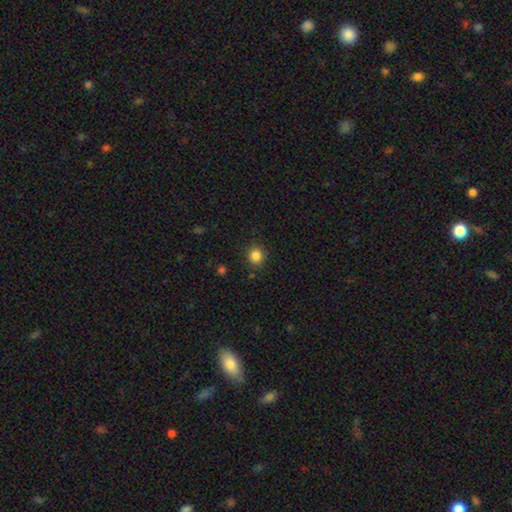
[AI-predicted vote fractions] A smooth galaxy with no disk features (85%) that is round (84%). Merging: none (88%).